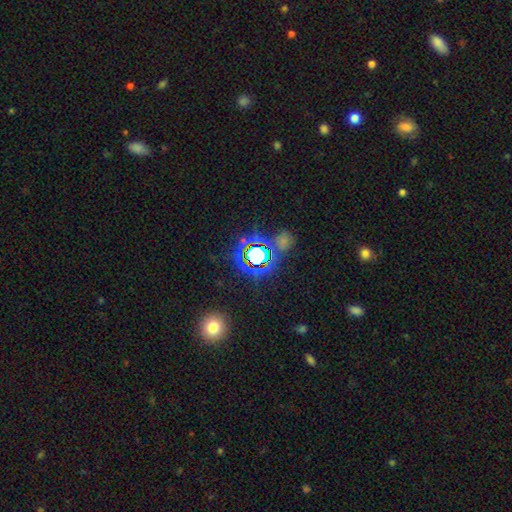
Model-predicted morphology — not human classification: Smooth or featured? Predicted: star or artifact (p=0.71).